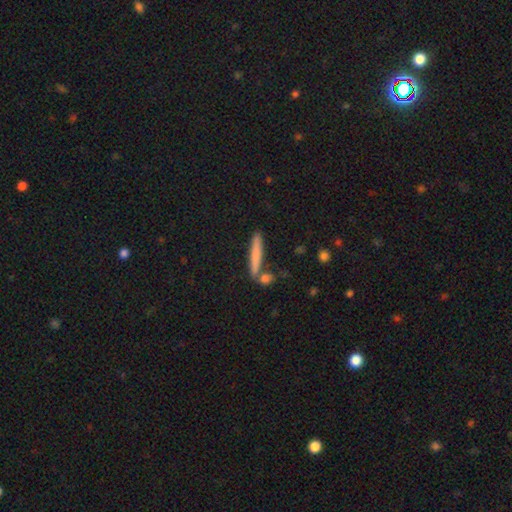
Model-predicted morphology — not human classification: This appears to be a smooth galaxy with no disk features (73%) that is cigar-shaped (93%). Merging: none (77%).